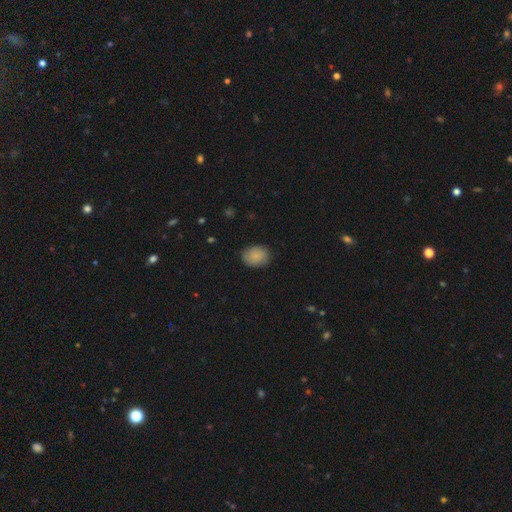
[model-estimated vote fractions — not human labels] smooth 86%, star or artifact 7%, featured or disk 7%. Down the decision tree: how rounded — in between (64%); merging — none (84%).